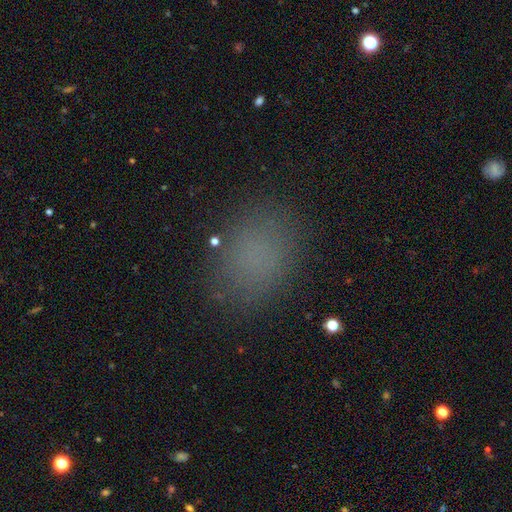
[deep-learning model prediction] smooth-or-featured: smooth: 77% | star or artifact: 17% | featured or disk: 6%
  how-rounded: in between: 50% | round: 48% | cigar-shaped: 1%
  merging: none: 85% | minor disturbance: 10% | major disturbance: 4% | merger: 1%